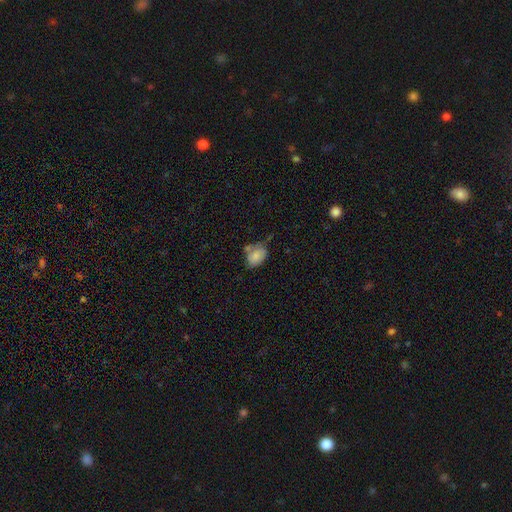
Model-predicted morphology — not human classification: Smooth or featured: smooth — 77% (featured or disk — 14%)
How rounded: in between — 75% (round — 24%)
Merging: none — 41% (minor disturbance — 33%)